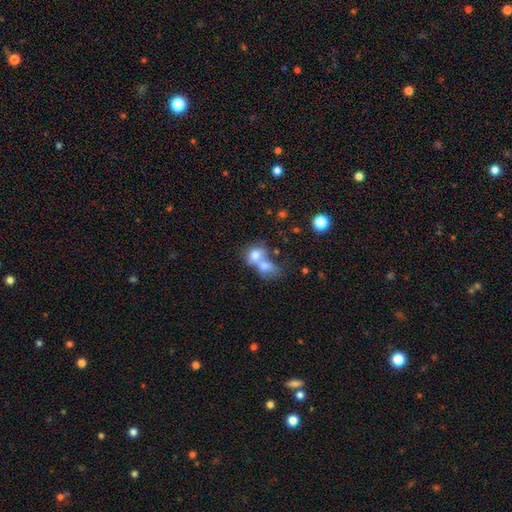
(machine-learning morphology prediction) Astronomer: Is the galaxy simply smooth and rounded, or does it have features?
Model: smooth — 72%.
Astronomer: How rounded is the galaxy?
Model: round — 50% (runner-up: in between, 48%).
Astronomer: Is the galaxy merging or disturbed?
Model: merger — 71%.